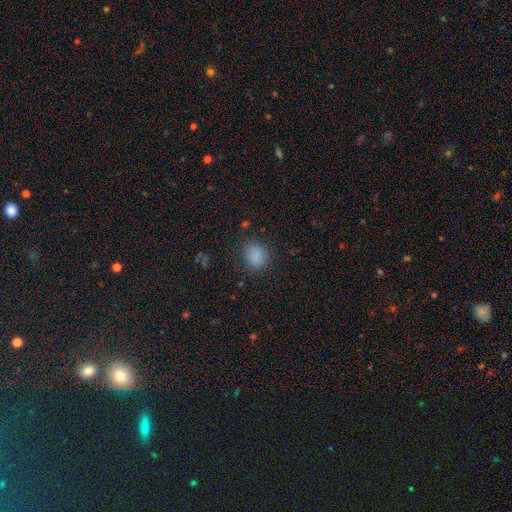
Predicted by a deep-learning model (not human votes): smooth 83%, star or artifact 13%, featured or disk 4%. Down the decision tree: how rounded — round (52%); merging — none (80%).